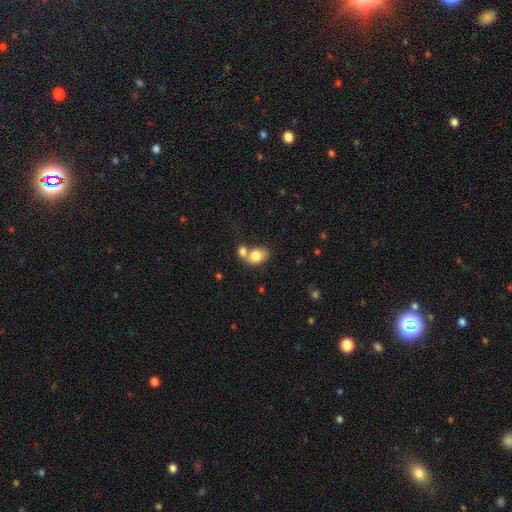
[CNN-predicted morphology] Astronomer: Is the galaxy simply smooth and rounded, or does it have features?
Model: smooth — 80%.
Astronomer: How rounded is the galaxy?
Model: in between — 70%.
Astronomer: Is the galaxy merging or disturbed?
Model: merger — 50% (runner-up: none, 36%).